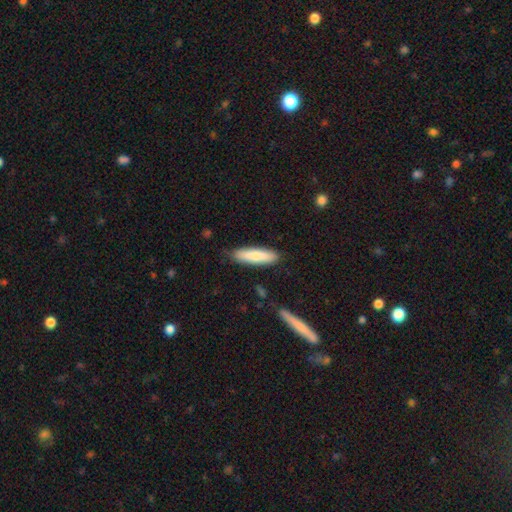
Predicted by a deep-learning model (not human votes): This is clearly a smooth galaxy (82%). How rounded: likely cigar-shaped (71%). Merging: clearly none (85%).